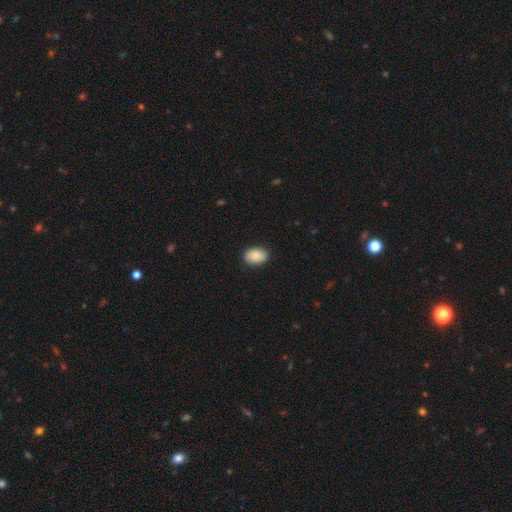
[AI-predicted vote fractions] This appears to be a smooth galaxy with no disk features (86%) that is in between round and cigar-shaped (83%). Merging: none (87%).